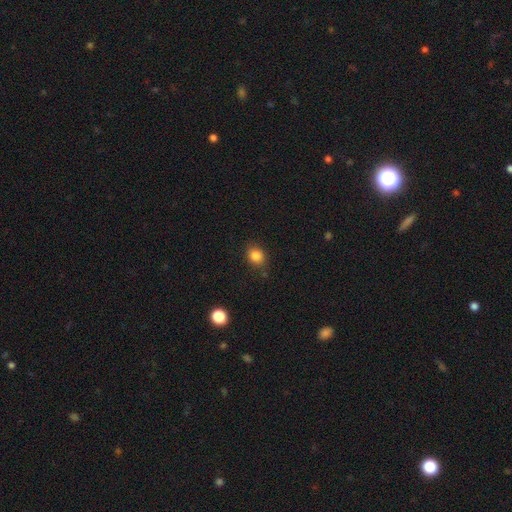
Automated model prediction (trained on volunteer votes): A smooth galaxy with no disk features (84%) that is round (61%).

Vote fractions:
- Smooth or featured? smooth: 84% / star or artifact: 11% / featured or disk: 5%
- How rounded? round: 61% / in between: 38% / cigar-shaped: 1%
- Merging? none: 82% / minor disturbance: 13% / major disturbance: 3% / merger: 2%